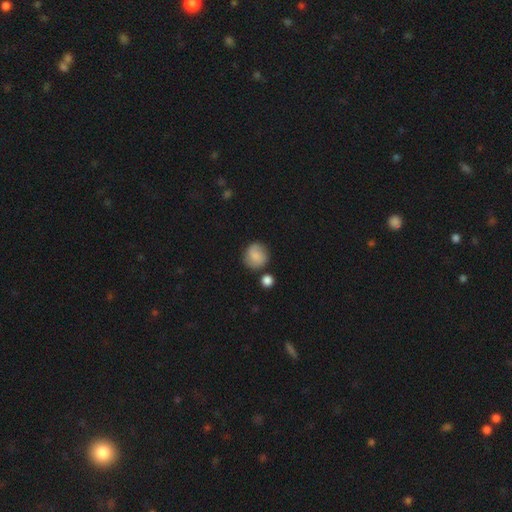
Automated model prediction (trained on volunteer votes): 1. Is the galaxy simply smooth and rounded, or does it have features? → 70% smooth, 21% featured or disk, 8% star or artifact.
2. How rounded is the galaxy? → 86% round, 13% in between, 1% cigar-shaped.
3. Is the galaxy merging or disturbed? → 73% none, 15% minor disturbance, 8% merger, 4% major disturbance.